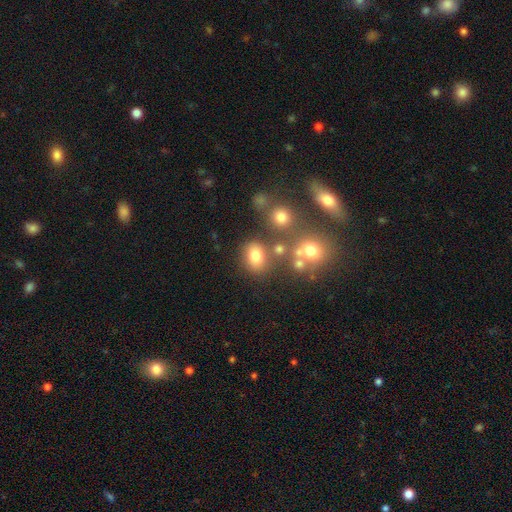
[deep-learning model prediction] Morphology: type=smooth (75%); roundness=in between (53%); merging=none (68%).